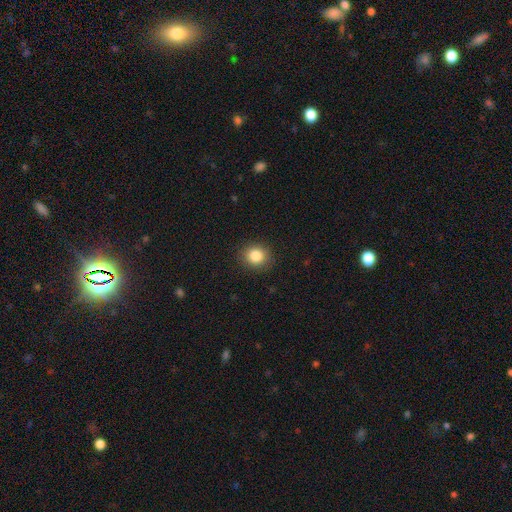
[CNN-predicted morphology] smooth_or_featured: smooth (p=0.85) [alt: star or artifact p=0.10]
how_rounded: round (p=0.79) [alt: in between p=0.20]
merging: none (p=0.90) [alt: minor disturbance p=0.07]